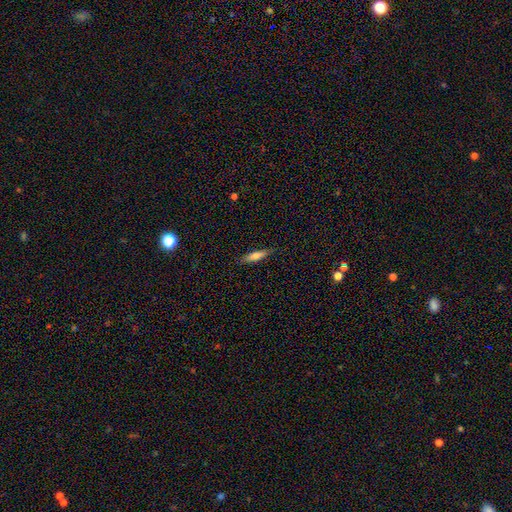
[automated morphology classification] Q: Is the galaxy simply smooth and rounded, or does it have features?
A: smooth — 64%.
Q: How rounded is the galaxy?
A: cigar-shaped — 76%.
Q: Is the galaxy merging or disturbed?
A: none — 86%.